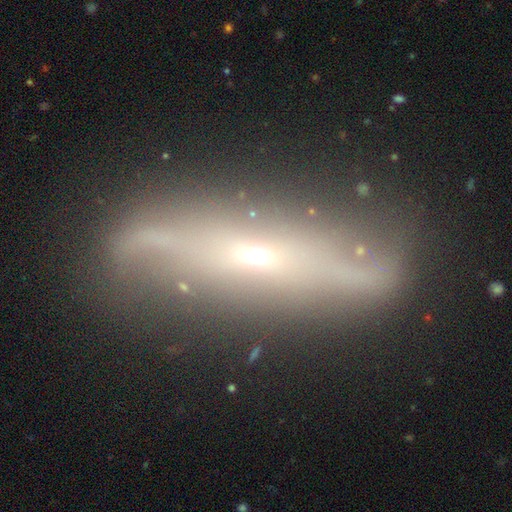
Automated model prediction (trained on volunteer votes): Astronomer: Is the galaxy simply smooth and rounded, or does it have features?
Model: featured or disk — 77%.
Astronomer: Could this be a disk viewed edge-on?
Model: yes — 55% (runner-up: no, 45%).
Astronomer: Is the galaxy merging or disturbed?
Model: none — 73%.